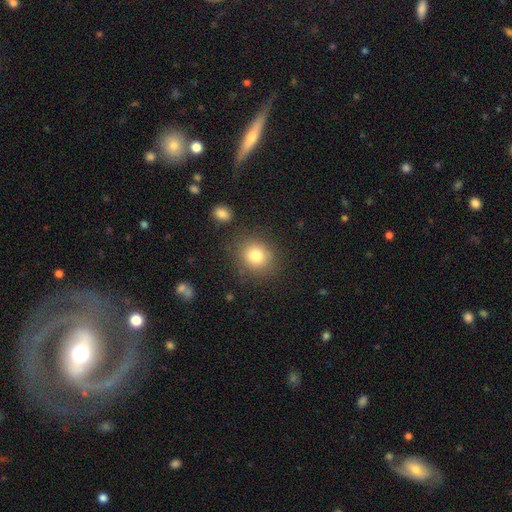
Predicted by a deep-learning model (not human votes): Morphology: type=smooth (80%); roundness=round (77%); merging=none (82%).